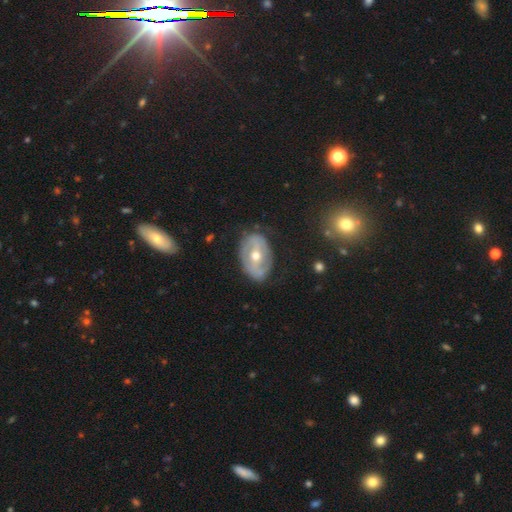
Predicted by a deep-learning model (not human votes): Q: Smooth or featured?
A: featured or disk (72%); runner-up: smooth (22%)
Q: Edge-on disk?
A: no (93%); runner-up: yes (7%)
Q: Bar?
A: weak (37%); tied with: strong (37%)
Q: Spiral arms?
A: yes (55%); runner-up: no (45%)
Q: Bulge size?
A: moderate (63%); runner-up: small (33%)
Q: Merging?
A: none (73%); runner-up: minor disturbance (19%)